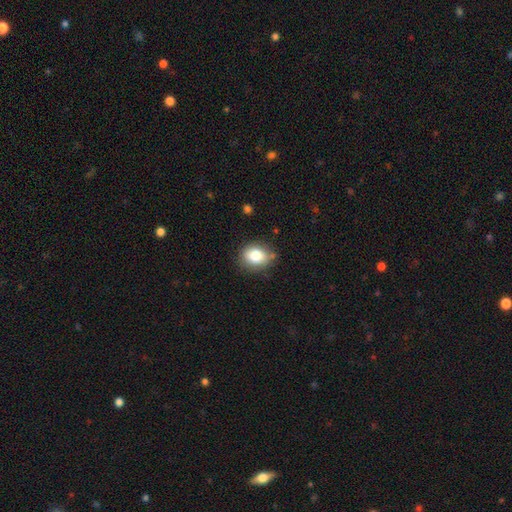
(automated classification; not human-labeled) smooth-or-featured: smooth: 80% | featured or disk: 10% | star or artifact: 10%
  how-rounded: round: 54% | in between: 45% | cigar-shaped: 1%
  merging: none: 79% | minor disturbance: 15% | major disturbance: 3% | merger: 2%